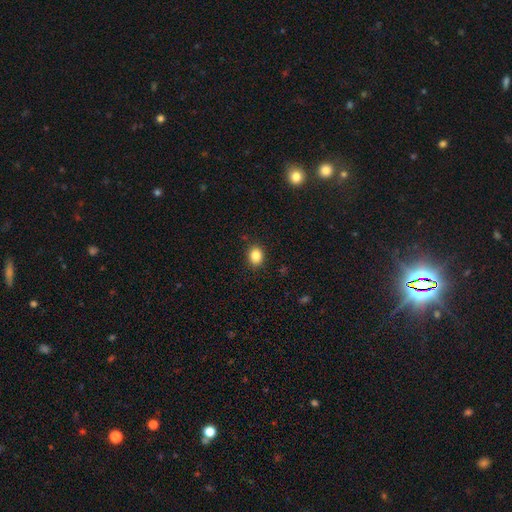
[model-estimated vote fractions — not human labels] smooth-or-featured: smooth: 85% | star or artifact: 10% | featured or disk: 5%
  how-rounded: in between: 54% | round: 45% | cigar-shaped: 1%
  merging: none: 88% | minor disturbance: 8% | major disturbance: 2% | merger: 1%